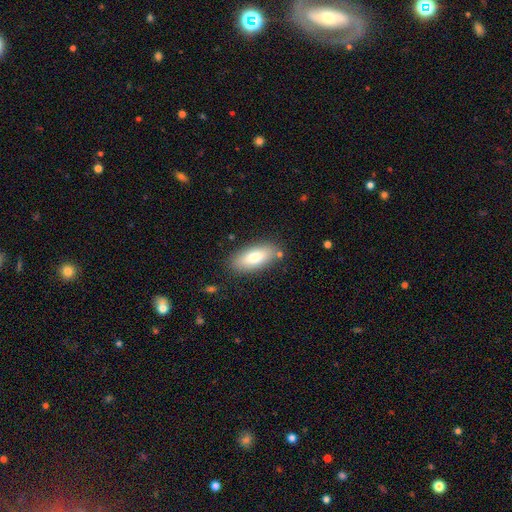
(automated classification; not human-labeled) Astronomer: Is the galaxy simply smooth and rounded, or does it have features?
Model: smooth — 78%.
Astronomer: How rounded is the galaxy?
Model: in between — 84%.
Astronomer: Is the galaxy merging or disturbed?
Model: none — 84%.